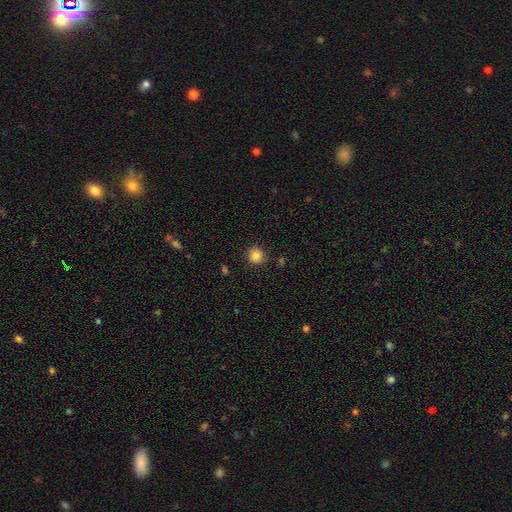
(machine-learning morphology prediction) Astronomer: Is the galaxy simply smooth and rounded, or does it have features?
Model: smooth — 85%.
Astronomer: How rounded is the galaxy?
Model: round — 92%.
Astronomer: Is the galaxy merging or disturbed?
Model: none — 90%.